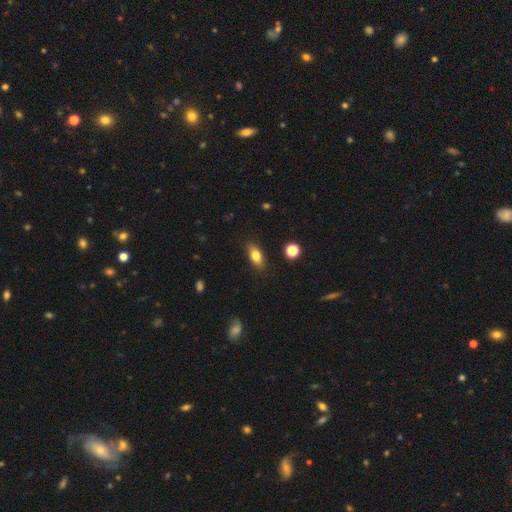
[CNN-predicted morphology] Smooth or featured: smooth — 80% (featured or disk — 11%)
How rounded: in between — 83% (cigar-shaped — 9%)
Merging: none — 86% (minor disturbance — 10%)